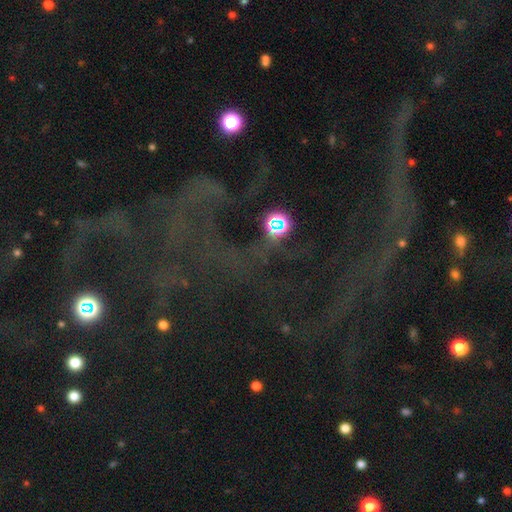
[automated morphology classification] Smooth or featured: star or artifact — 64% (featured or disk — 22%)